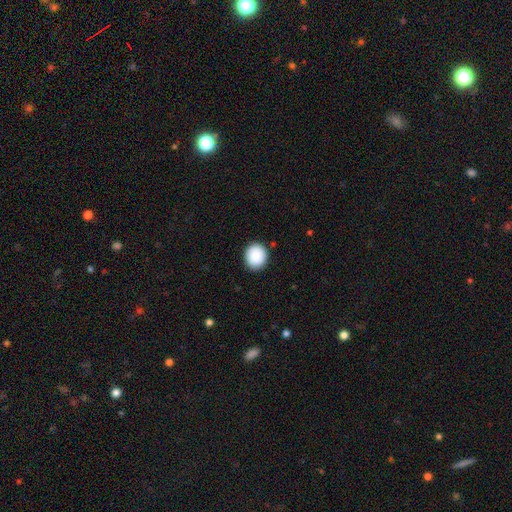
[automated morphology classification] This is clearly a smooth galaxy (89%). How rounded: clearly round (82%). Merging: clearly none (89%).